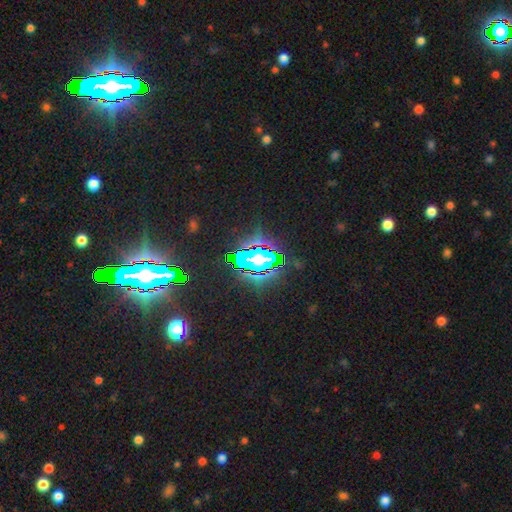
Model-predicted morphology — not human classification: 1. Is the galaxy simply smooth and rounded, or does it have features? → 67% star or artifact, 19% smooth, 14% featured or disk.